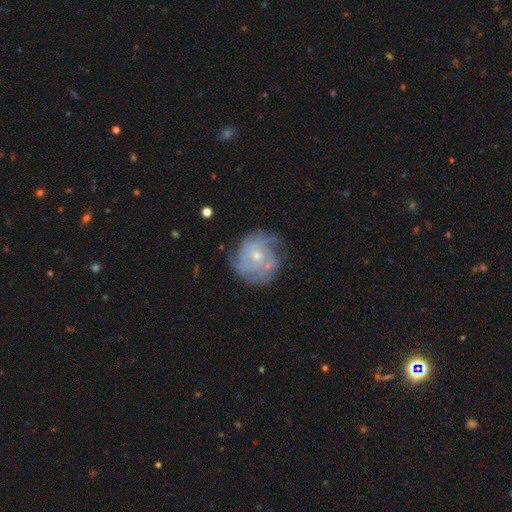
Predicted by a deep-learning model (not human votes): Q: Smooth or featured?
A: featured or disk (77%); runner-up: smooth (16%)
Q: Edge-on disk?
A: no (98%); runner-up: yes (2%)
Q: Bar?
A: no (78%); runner-up: weak (19%)
Q: Spiral arms?
A: yes (87%); runner-up: no (13%)
Q: Spiral winding?
A: tight (60%); runner-up: medium (30%)
Q: Spiral arm count?
A: can't tell (44%); runner-up: 3 (18%)
Q: Bulge size?
A: small (55%); runner-up: moderate (41%)
Q: Merging?
A: none (67%); runner-up: minor disturbance (21%)